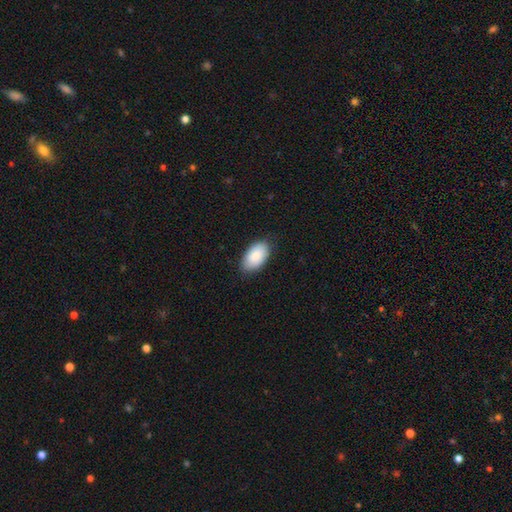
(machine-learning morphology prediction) A smooth galaxy with no disk features (88%) that is in between round and cigar-shaped (96%). Merging: none (83%).